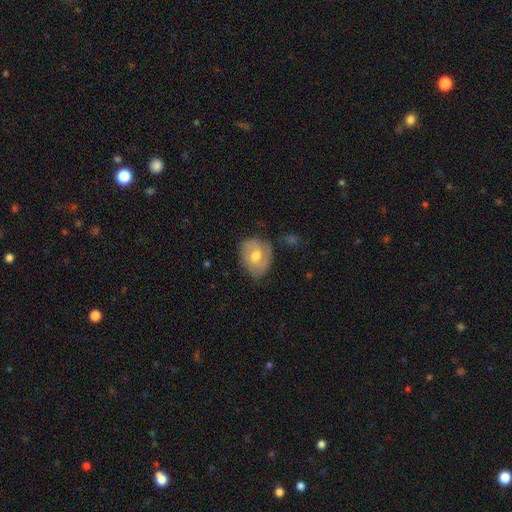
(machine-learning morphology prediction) This is possibly a smooth galaxy (47%, tied with featured or disk). Merging: possibly none (58%).